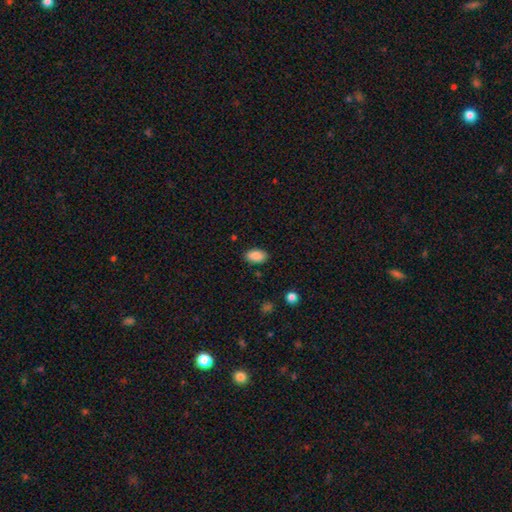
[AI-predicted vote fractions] This is clearly a smooth galaxy (89%). How rounded: clearly in between (93%). Merging: clearly none (86%).